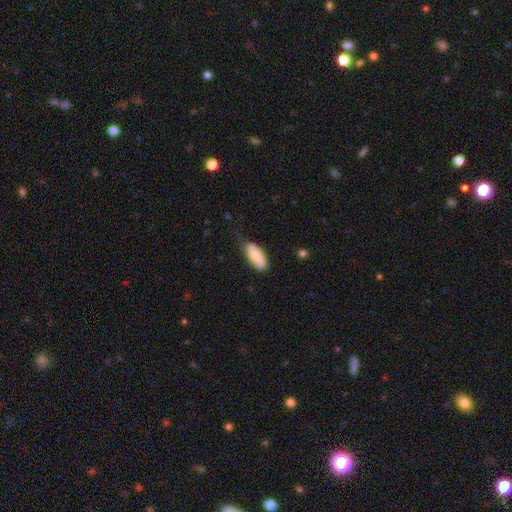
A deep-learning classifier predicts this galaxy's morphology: Smooth or featured?
  - smooth: 78% *
  - featured or disk: 16%
  - star or artifact: 6%
How rounded?
  - in between: 84% *
  - cigar-shaped: 13%
  - round: 2%
Merging?
  - none: 70% *
  - minor disturbance: 24%
  - major disturbance: 4%
  - merger: 1%